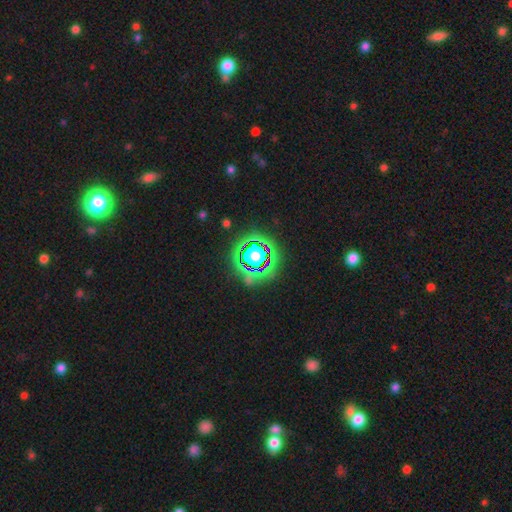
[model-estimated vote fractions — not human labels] Smooth or featured: star or artifact — 63% (smooth — 23%)